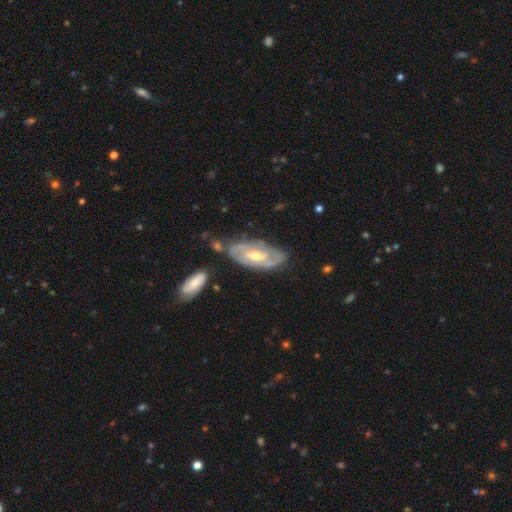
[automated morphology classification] featured or disk 81%, smooth 13%, star or artifact 5%. Down the decision tree: edge-on disk — no (92%); bar — weak (48%); spiral arms — yes (91%); spiral arm count — 2 (57%); spiral winding — tight (53%); bulge size — moderate (63%); merging — none (71%).